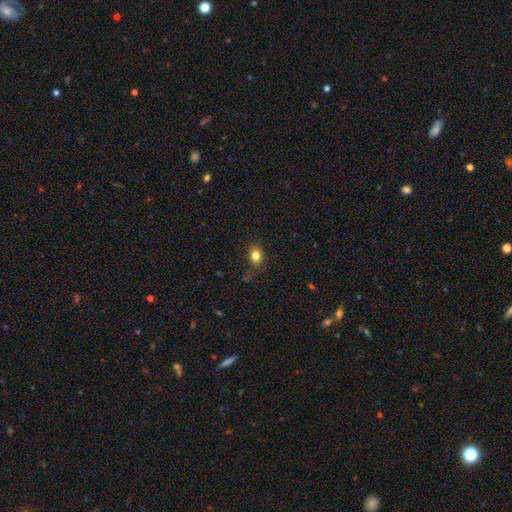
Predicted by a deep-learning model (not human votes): Smooth or featured? Predicted: smooth (p=0.82). How rounded? Predicted: in between (p=0.58). Merging? Predicted: none (p=0.82).